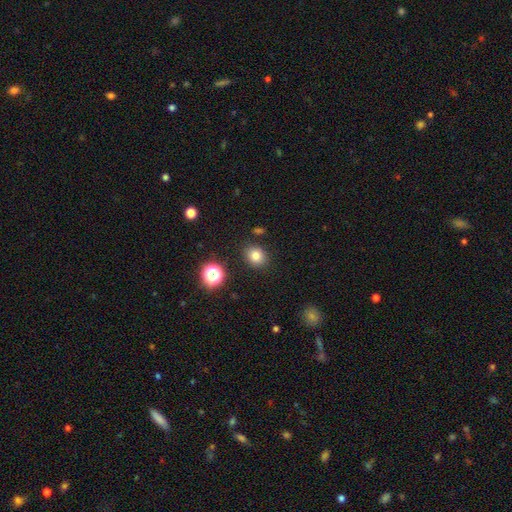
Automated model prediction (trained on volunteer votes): Q: Smooth or featured?
A: smooth (80%); runner-up: star or artifact (14%)
Q: How rounded?
A: round (66%); runner-up: in between (33%)
Q: Merging?
A: none (86%); runner-up: minor disturbance (8%)